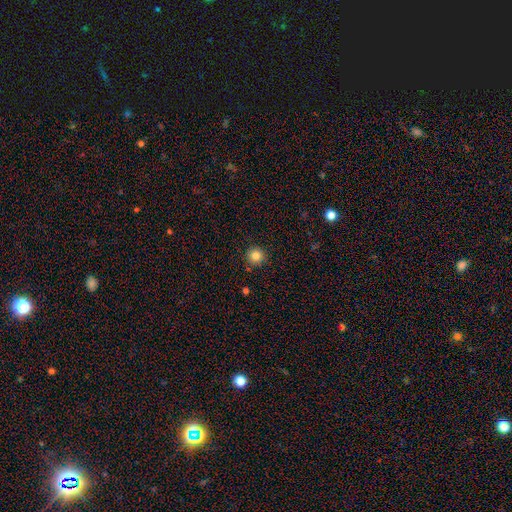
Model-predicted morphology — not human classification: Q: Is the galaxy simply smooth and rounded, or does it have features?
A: smooth — 84%.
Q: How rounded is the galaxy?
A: round — 95%.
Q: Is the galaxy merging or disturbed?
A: none — 91%.